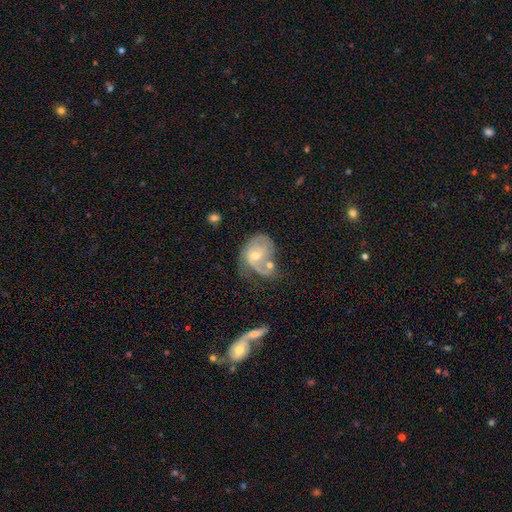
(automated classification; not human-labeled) Smooth or featured?
  - featured or disk: 66% *
  - smooth: 27%
  - star or artifact: 7%
Edge-on disk?
  - no: 97% *
  - yes: 3%
Bar?
  - no: 61% *
  - weak: 33%
  - strong: 6%
Spiral arms?
  - yes: 77% *
  - no: 23%
Bulge size?
  - moderate: 54% *
  - small: 41%
  - large: 3%
  - none: 2%
  - dominant: 1%
Merging?
  - merger: 32% *
  - none: 25%
  - major disturbance: 24%
  - minor disturbance: 20%